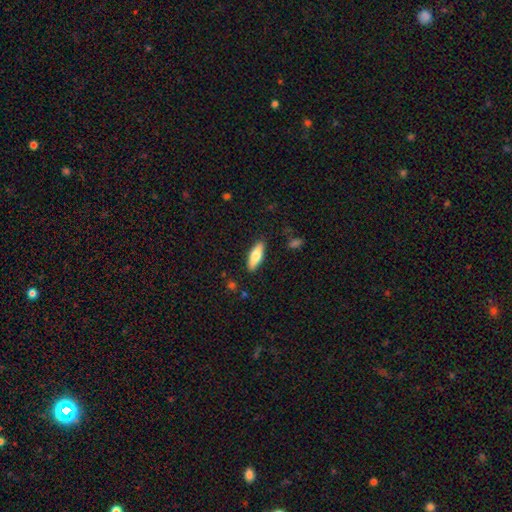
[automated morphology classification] Smooth or featured?
  - smooth: 69% *
  - featured or disk: 25%
  - star or artifact: 6%
How rounded?
  - in between: 54% *
  - cigar-shaped: 44%
  - round: 2%
Merging?
  - none: 88% *
  - minor disturbance: 9%
  - major disturbance: 2%
  - merger: 1%